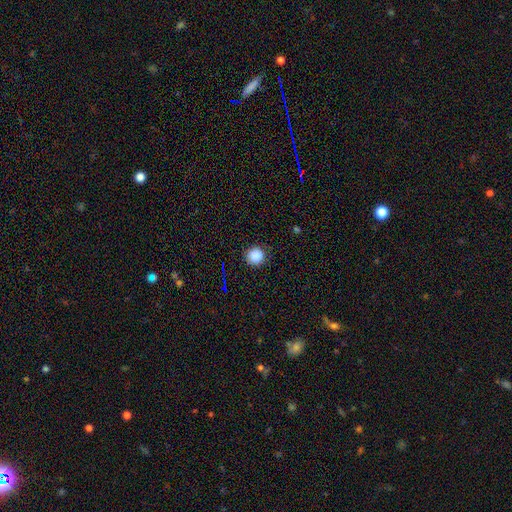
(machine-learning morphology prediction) smooth 86%, star or artifact 11%, featured or disk 3%. Down the decision tree: how rounded — round (92%); merging — none (88%).